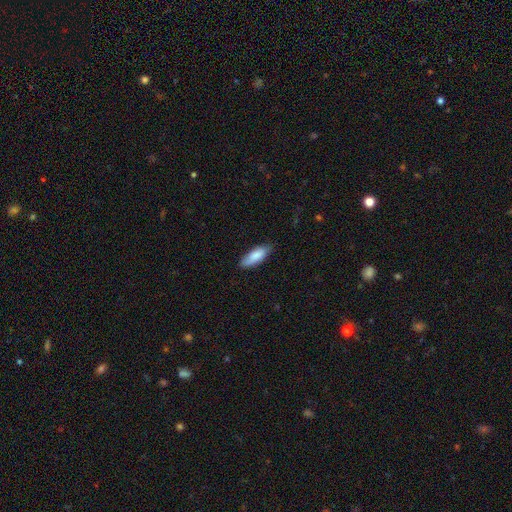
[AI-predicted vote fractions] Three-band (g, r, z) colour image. It shows a smooth galaxy with no disk features (83%) that is in between round and cigar-shaped (67%). Merging: none (79%).